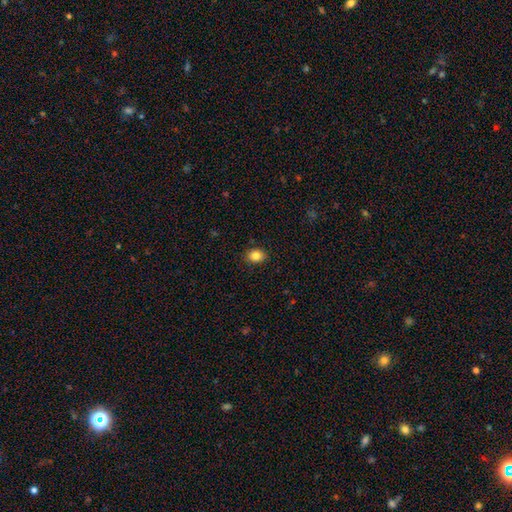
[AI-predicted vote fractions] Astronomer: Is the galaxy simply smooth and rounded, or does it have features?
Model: smooth — 84%.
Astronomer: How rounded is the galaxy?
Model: in between — 60% (runner-up: round, 39%).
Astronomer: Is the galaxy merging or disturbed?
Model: none — 88%.